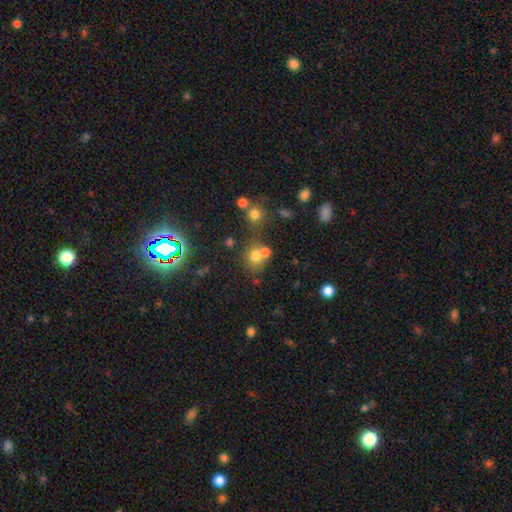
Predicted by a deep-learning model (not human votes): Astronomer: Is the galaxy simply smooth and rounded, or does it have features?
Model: smooth — 70%.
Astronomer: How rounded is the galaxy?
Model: round — 77%.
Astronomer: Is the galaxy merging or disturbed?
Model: none — 49% (runner-up: merger, 36%).